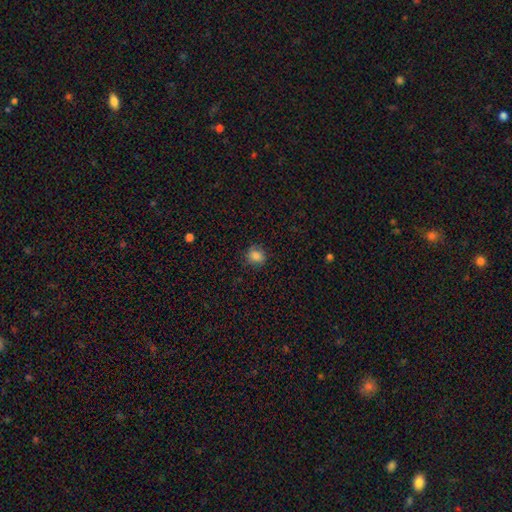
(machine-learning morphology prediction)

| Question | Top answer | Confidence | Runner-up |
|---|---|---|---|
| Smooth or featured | smooth | 84% | star or artifact (12%) |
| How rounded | round | 72% | in between (27%) |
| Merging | none | 83% | minor disturbance (13%) |